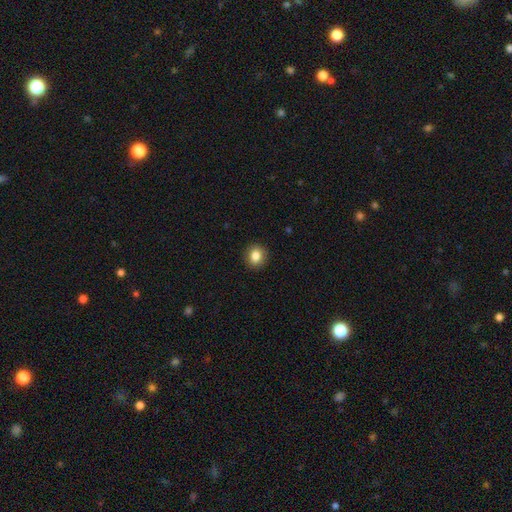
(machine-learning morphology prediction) This is clearly a smooth galaxy (85%). How rounded: likely round (80%). Merging: clearly none (91%).